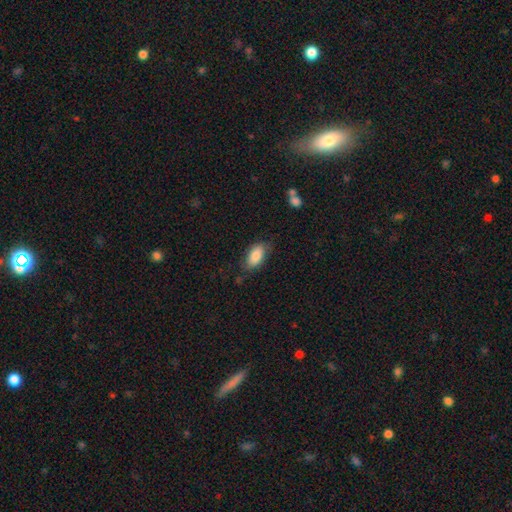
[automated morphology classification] Smooth or featured? Predicted: smooth (p=0.83). How rounded? Predicted: in between (p=0.92). Merging? Predicted: none (p=0.71).